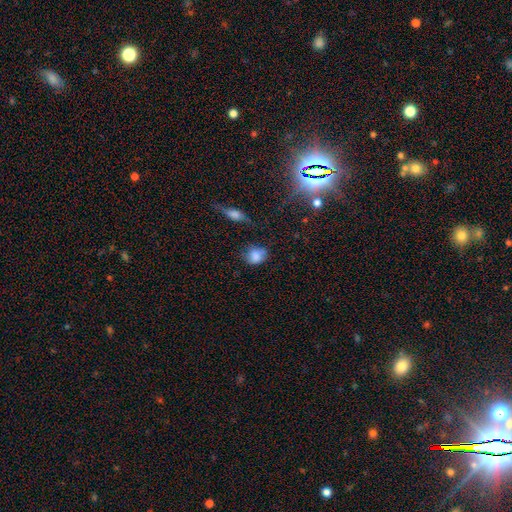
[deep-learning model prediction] smooth 79%, featured or disk 11%, star or artifact 10%. Down the decision tree: how rounded — round (52%); merging — none (57%).